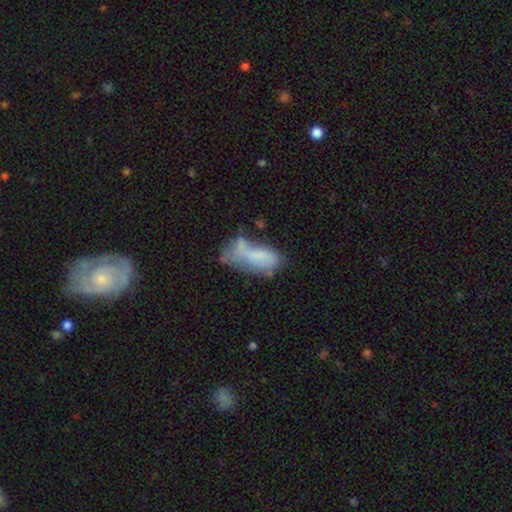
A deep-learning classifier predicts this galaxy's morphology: This appears to be a smooth galaxy with no disk features (61%) that is in between round and cigar-shaped (82%). Merging: major disturbance (28%).